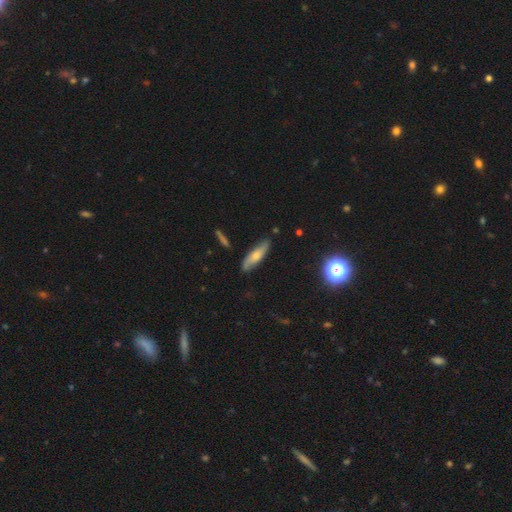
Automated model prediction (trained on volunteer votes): smooth_or_featured: smooth (p=0.55) [alt: featured or disk p=0.37]
how_rounded: cigar-shaped (p=0.56) [alt: in between p=0.42]
merging: none (p=0.76) [alt: minor disturbance p=0.18]